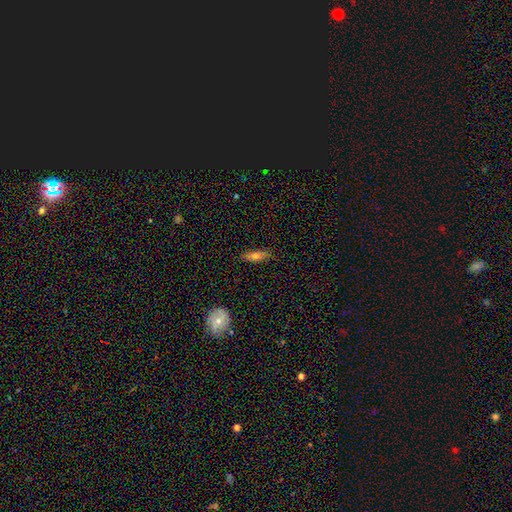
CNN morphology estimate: smooth-or-featured: smooth: 62% | featured or disk: 31% | star or artifact: 8%
  how-rounded: in between: 50% | cigar-shaped: 47% | round: 3%
  merging: none: 83% | minor disturbance: 13% | major disturbance: 2% | merger: 1%